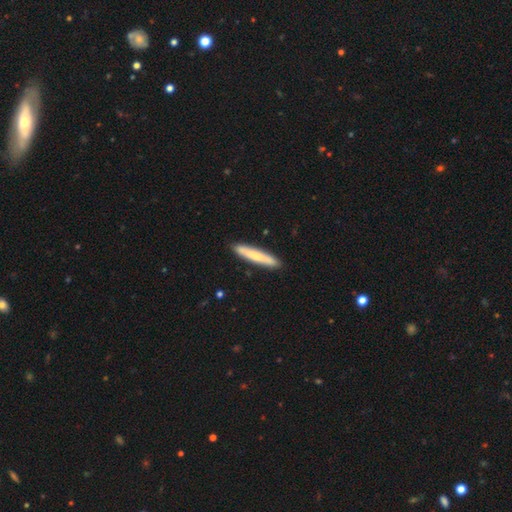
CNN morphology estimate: smooth_or_featured: smooth (p=0.67) [alt: featured or disk p=0.28]
how_rounded: cigar-shaped (p=0.93) [alt: in between p=0.06]
merging: none (p=0.89) [alt: minor disturbance p=0.08]